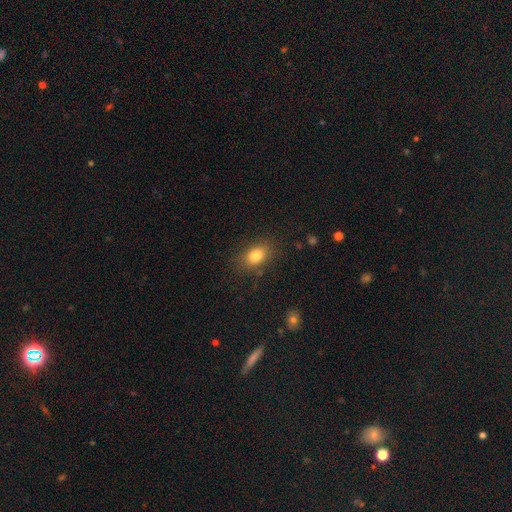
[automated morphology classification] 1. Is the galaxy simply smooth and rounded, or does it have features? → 81% smooth, 10% star or artifact, 9% featured or disk.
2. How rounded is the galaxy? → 78% in between, 20% round, 2% cigar-shaped.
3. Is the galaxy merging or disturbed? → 82% none, 12% minor disturbance, 4% major disturbance, 2% merger.